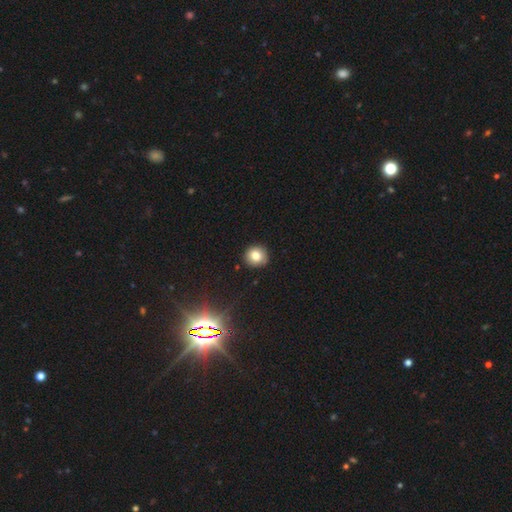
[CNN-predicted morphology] Smooth or featured? Predicted: smooth (p=0.79). How rounded? Predicted: round (p=0.91). Merging? Predicted: none (p=0.89).